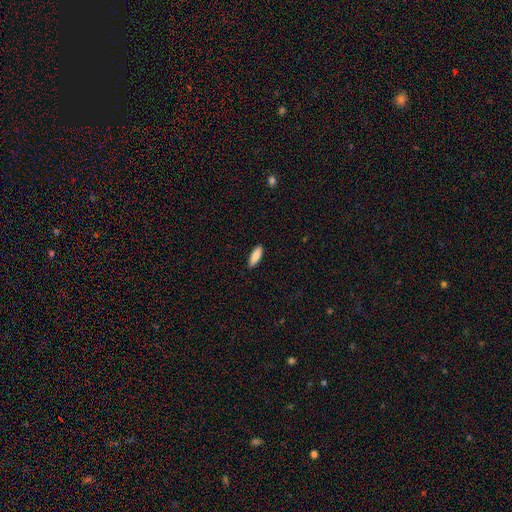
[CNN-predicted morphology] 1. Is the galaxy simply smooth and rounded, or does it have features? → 87% smooth, 7% featured or disk, 6% star or artifact.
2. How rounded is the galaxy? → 54% in between, 45% cigar-shaped, 2% round.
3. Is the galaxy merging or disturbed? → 88% none, 10% minor disturbance, 2% major disturbance, 1% merger.